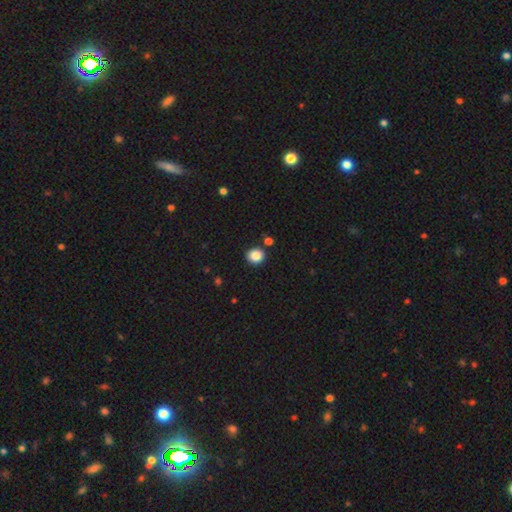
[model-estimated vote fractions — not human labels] This is clearly a smooth galaxy (86%). How rounded: clearly round (82%). Merging: clearly none (86%).